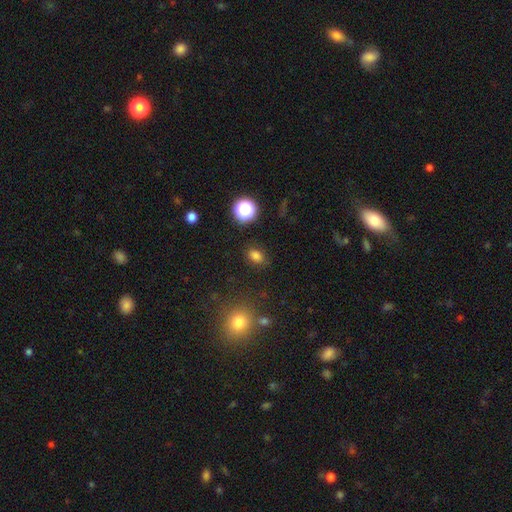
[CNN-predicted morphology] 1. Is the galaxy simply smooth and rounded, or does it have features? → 78% smooth, 16% star or artifact, 6% featured or disk.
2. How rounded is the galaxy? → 70% in between, 28% round, 2% cigar-shaped.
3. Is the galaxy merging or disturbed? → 82% none, 12% minor disturbance, 4% major disturbance, 2% merger.